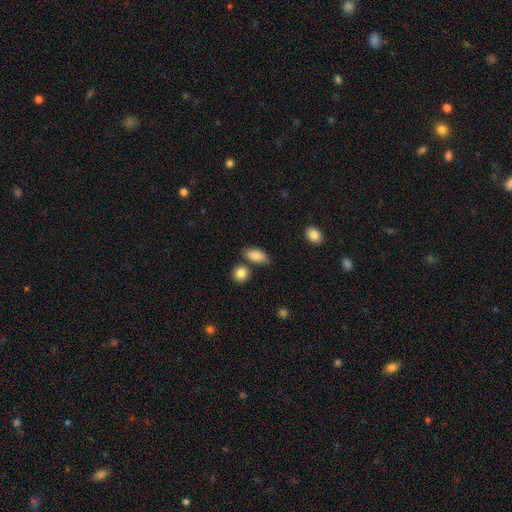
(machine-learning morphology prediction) Overall: smooth (85%). How rounded: in between (88%). Merging: none (71%).